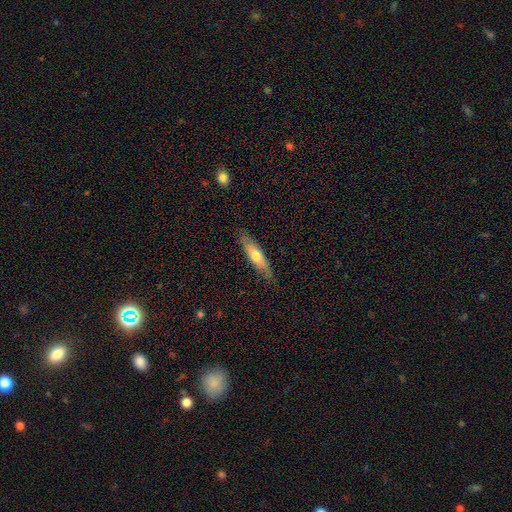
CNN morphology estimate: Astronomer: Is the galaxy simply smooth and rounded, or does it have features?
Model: smooth — 55% (runner-up: featured or disk, 39%).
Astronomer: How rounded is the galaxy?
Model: cigar-shaped — 71%.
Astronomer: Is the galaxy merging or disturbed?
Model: none — 84%.